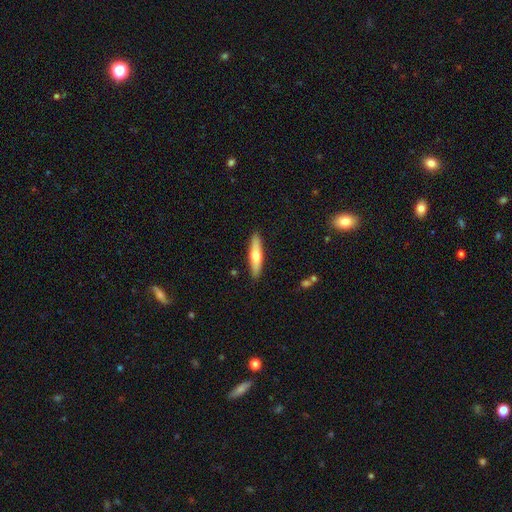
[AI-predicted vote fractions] Smooth or featured? Predicted: smooth (p=0.58). How rounded? Predicted: cigar-shaped (p=0.79). Merging? Predicted: none (p=0.89).